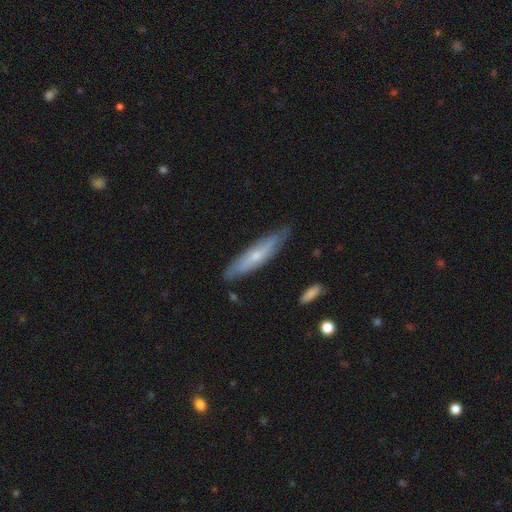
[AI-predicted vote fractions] Smooth or featured?
  - featured or disk: 51% *
  - smooth: 43%
  - star or artifact: 6%
Edge-on disk?
  - yes: 66% *
  - no: 34%
Merging?
  - none: 78% *
  - minor disturbance: 17%
  - major disturbance: 3%
  - merger: 2%